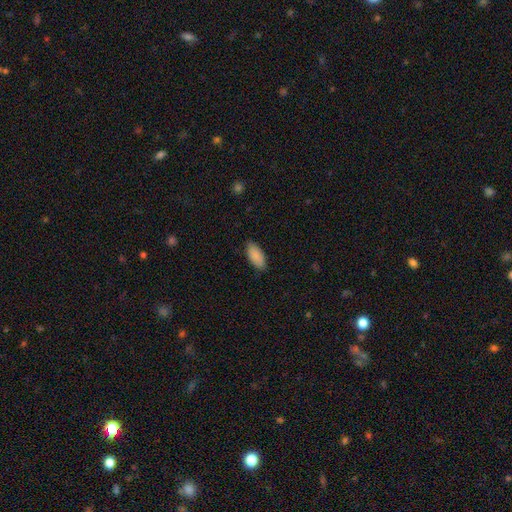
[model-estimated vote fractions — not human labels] Smooth or featured? smooth (89%)
How rounded? in between (91%)
Merging? none (85%)